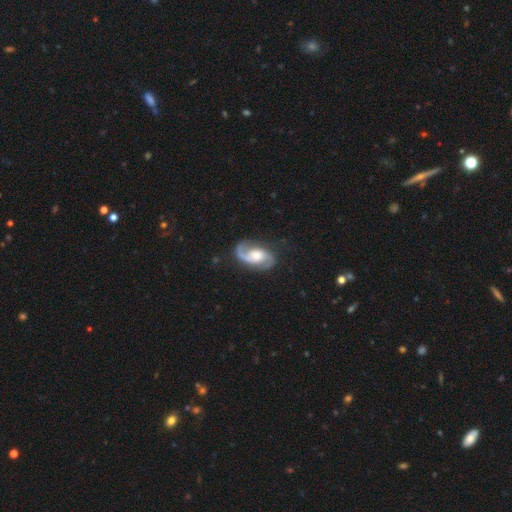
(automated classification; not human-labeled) A featured or disk galaxy (87%) with no bar (55%), 2 (86%) medium (50%) spiral arms (97%) and a moderate central bulge (55%). Merging: none (71%).